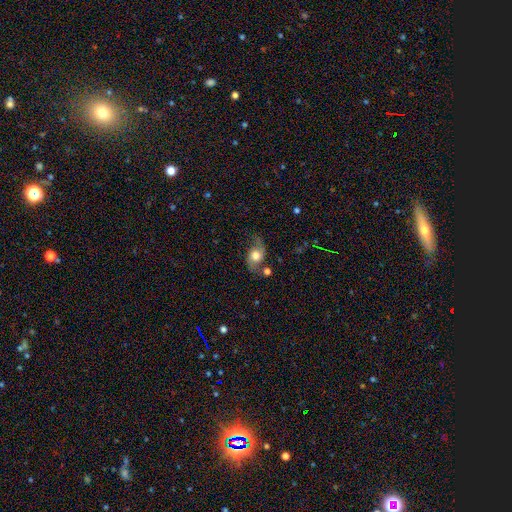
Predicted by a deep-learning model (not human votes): The model was most divided on "bulge size": moderate: 46%, large: 40%, small: 7%, dominant: 6%, none: 2%. More confident: edge-on disk — no (94%); spiral arms — yes (86%); bar — no (73%); merging — none (62%); smooth or featured — featured or disk (56%).